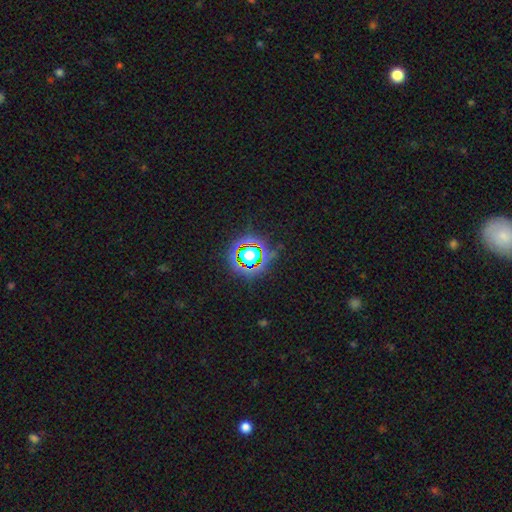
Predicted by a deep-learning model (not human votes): smooth_or_featured: star or artifact (p=0.77) [alt: smooth p=0.14]